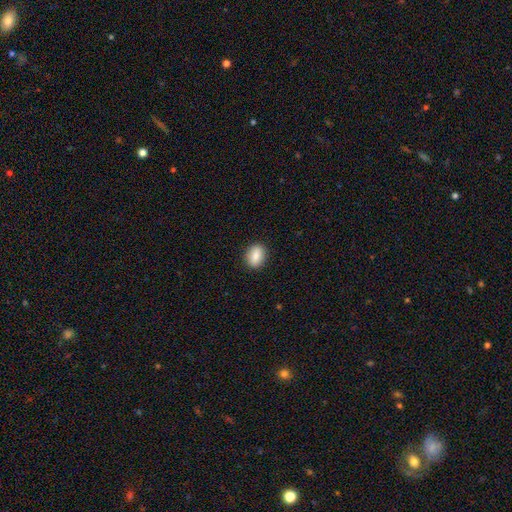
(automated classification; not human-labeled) Smooth or featured? smooth (85%)
How rounded? in between (72%)
Merging? none (89%)